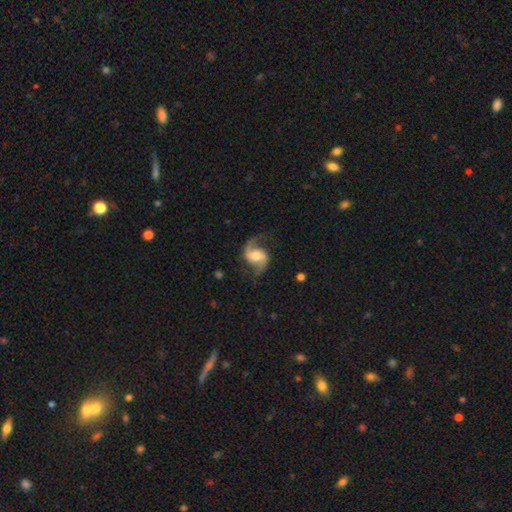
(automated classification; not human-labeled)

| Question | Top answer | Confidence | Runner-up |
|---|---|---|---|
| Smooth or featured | featured or disk | 88% | smooth (7%) |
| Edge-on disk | no | 98% | yes (2%) |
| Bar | weak | 42% | no (39%) |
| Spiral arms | yes | 97% | no (3%) |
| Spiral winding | loose | 55% | medium (37%) |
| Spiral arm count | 2 | 92% | 1 (4%) |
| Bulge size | moderate | 62% | large (17%) |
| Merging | none | 75% | minor disturbance (15%) |